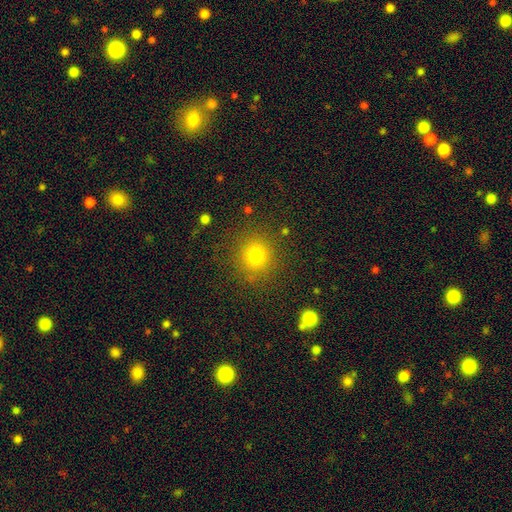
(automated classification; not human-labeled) This appears to be a smooth galaxy with no disk features (76%) that is round (90%). Merging: none (86%).